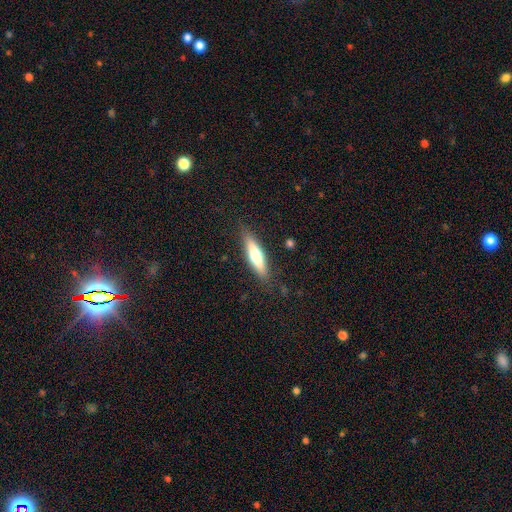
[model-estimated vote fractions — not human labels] smooth_or_featured: smooth (p=0.55) [alt: featured or disk p=0.39]
how_rounded: cigar-shaped (p=0.72) [alt: in between p=0.26]
merging: none (p=0.85) [alt: minor disturbance p=0.11]